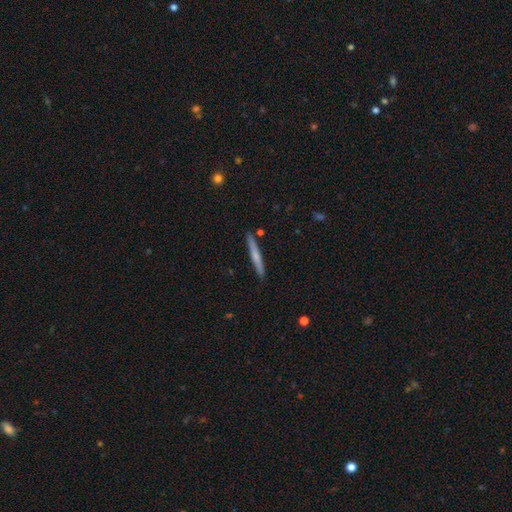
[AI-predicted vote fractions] smooth 52%, featured or disk 43%, star or artifact 6%. Down the decision tree: how rounded — cigar-shaped (96%); merging — none (89%).